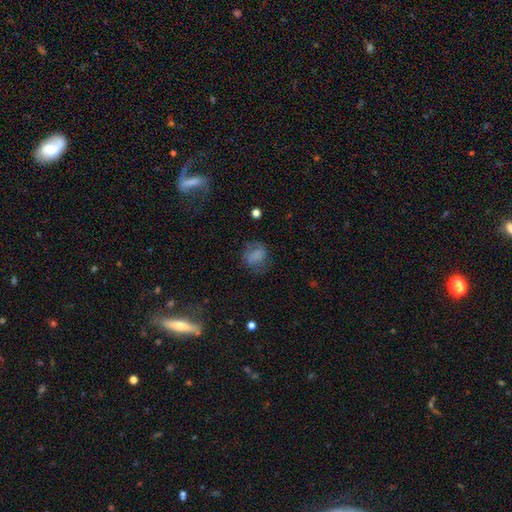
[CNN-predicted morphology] Smooth or featured?
  - smooth: 72% *
  - featured or disk: 15%
  - star or artifact: 12%
How rounded?
  - round: 60% *
  - in between: 39%
  - cigar-shaped: 1%
Merging?
  - none: 62% *
  - minor disturbance: 22%
  - major disturbance: 14%
  - merger: 2%